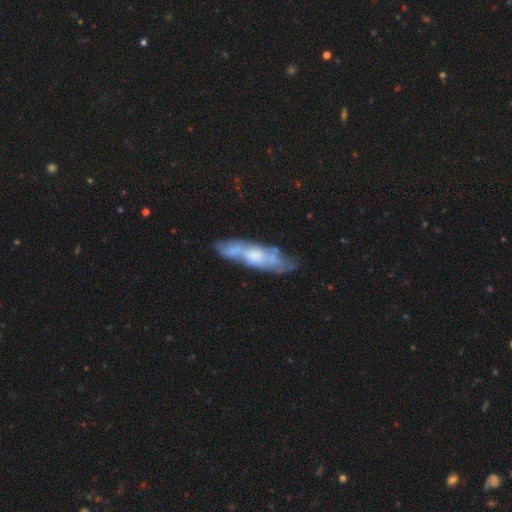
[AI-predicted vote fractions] This is possibly a featured or disk galaxy (57%). It is likely not viewed edge-on (65%). Merging: possibly none (47%).